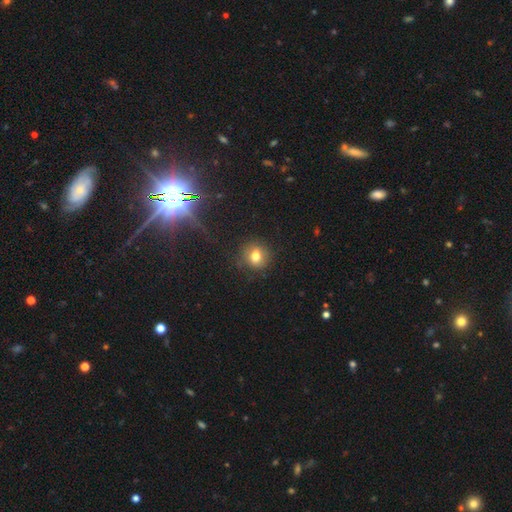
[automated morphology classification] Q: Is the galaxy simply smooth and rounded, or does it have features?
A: smooth — 75%.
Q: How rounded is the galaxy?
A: round — 78%.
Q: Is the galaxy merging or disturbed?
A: none — 83%.